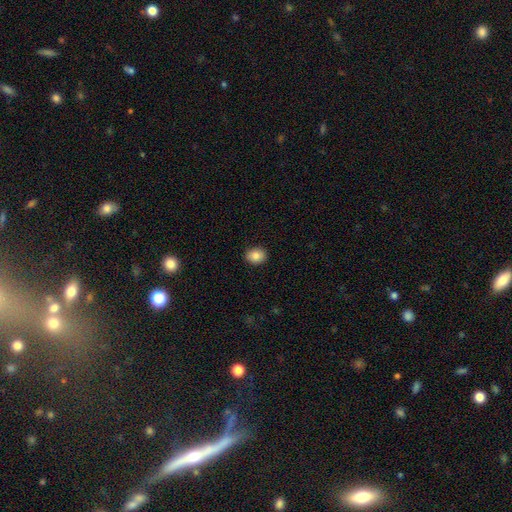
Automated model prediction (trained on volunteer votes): Overall: smooth (84%). How rounded: round (53%; in between 46%). Merging: none (90%).